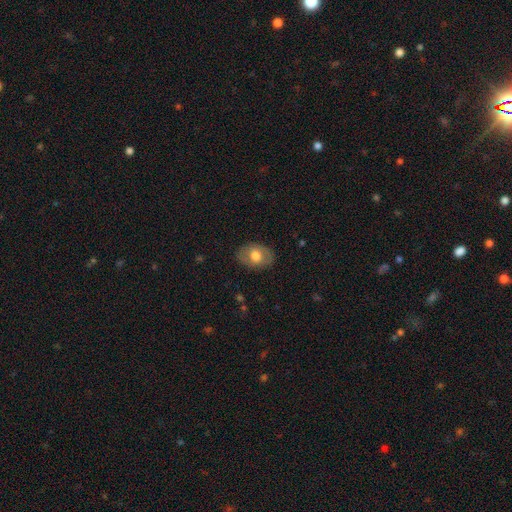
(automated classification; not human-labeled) Smooth or featured: smooth — 64% (featured or disk — 30%)
How rounded: in between — 77% (round — 22%)
Merging: none — 84% (minor disturbance — 12%)